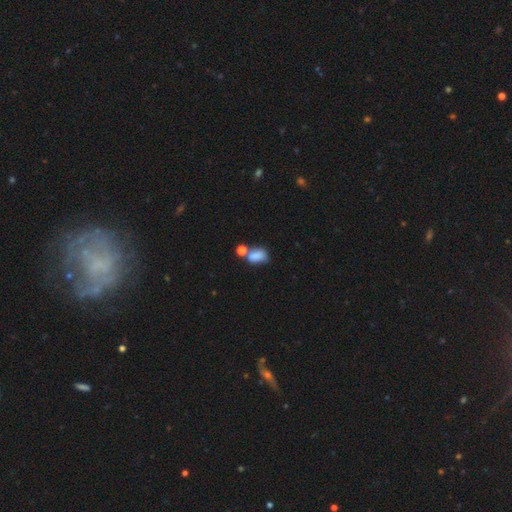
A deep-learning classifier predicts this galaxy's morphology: smooth-or-featured: smooth: 80% | star or artifact: 11% | featured or disk: 9%
  how-rounded: in between: 82% | round: 15% | cigar-shaped: 3%
  merging: none: 38% | merger: 37% | minor disturbance: 18% | major disturbance: 8%